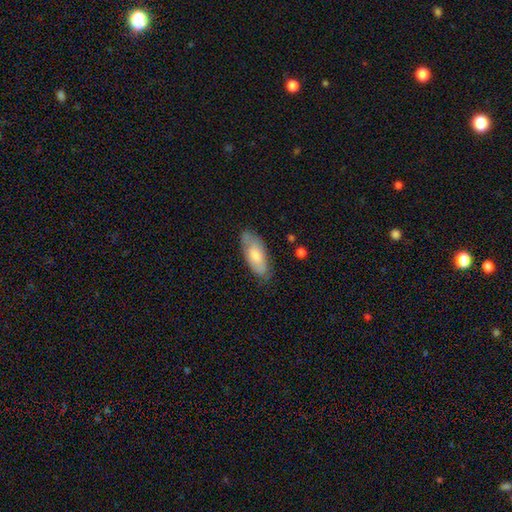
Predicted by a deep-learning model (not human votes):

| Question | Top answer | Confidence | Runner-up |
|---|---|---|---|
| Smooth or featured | smooth | 63% | featured or disk (32%) |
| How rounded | in between | 82% | cigar-shaped (16%) |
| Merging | none | 72% | minor disturbance (22%) |